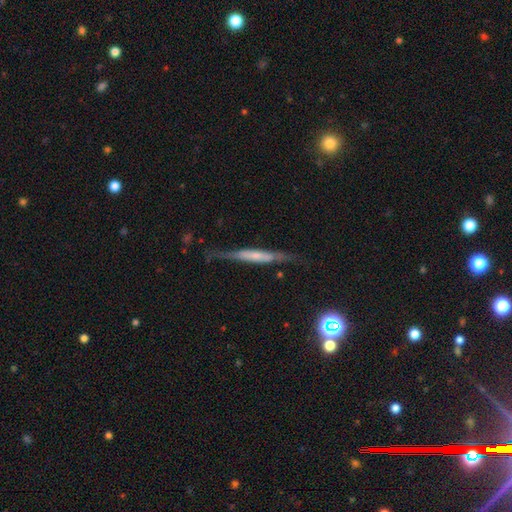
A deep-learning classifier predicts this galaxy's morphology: Smooth or featured?
  - featured or disk: 58% *
  - smooth: 35%
  - star or artifact: 7%
Edge-on disk?
  - yes: 90% *
  - no: 10%
Edge-on bulge?
  - none: 46% *
  - rounded: 29%
  - boxy: 26%
Merging?
  - none: 71% *
  - minor disturbance: 20%
  - major disturbance: 7%
  - merger: 2%